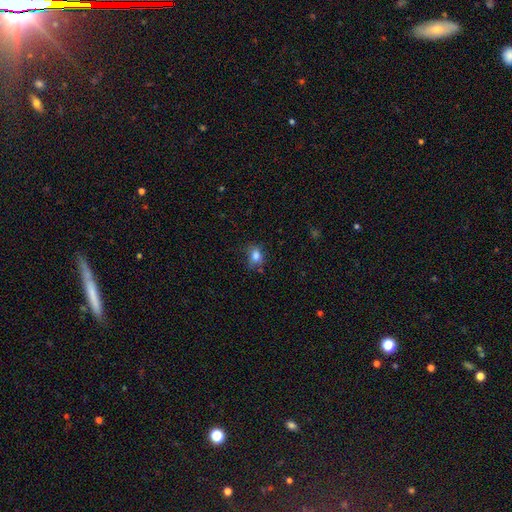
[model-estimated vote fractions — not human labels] Smooth or featured? Predicted: smooth (p=0.80). How rounded? Predicted: in between (p=0.66). Merging? Predicted: none (p=0.60).